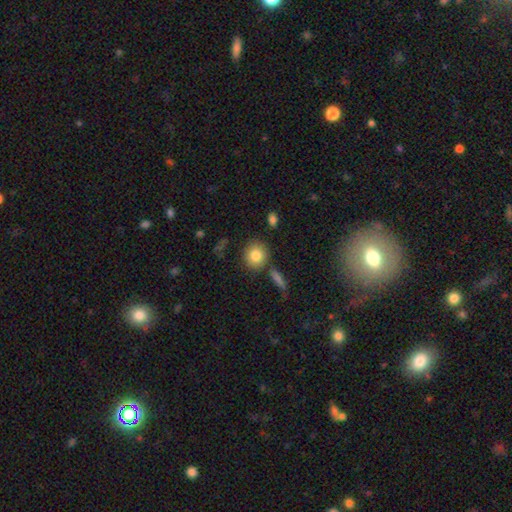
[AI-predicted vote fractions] A smooth galaxy with no disk features (83%) that is round (82%). Merging: none (80%).